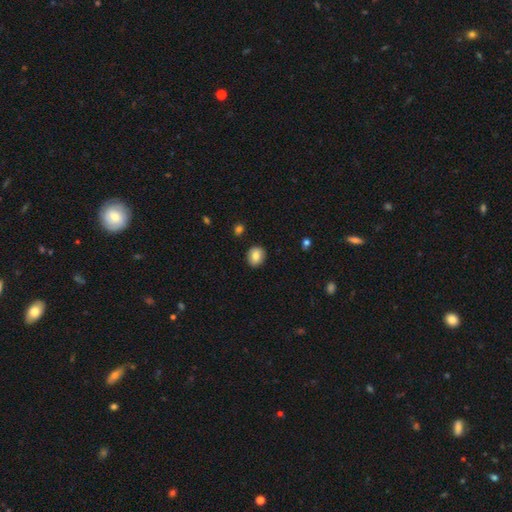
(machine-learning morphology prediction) Overall: smooth (81%). How rounded: round (72%). Merging: none (88%).